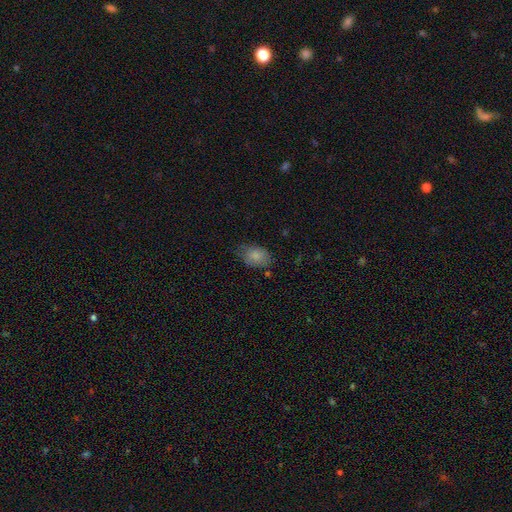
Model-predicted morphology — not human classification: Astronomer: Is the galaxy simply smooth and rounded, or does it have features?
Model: smooth — 85%.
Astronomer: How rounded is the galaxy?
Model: in between — 80%.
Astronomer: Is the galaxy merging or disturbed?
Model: none — 68%.